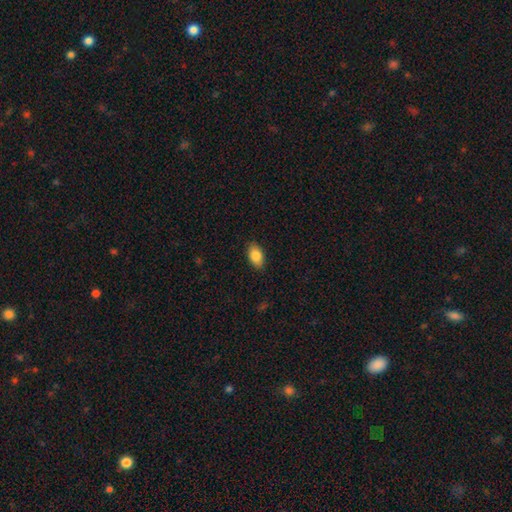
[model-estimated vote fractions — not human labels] Smooth or featured?
  - smooth: 85% *
  - featured or disk: 7%
  - star or artifact: 7%
How rounded?
  - in between: 91% *
  - round: 7%
  - cigar-shaped: 2%
Merging?
  - none: 86% *
  - minor disturbance: 11%
  - major disturbance: 2%
  - merger: 1%